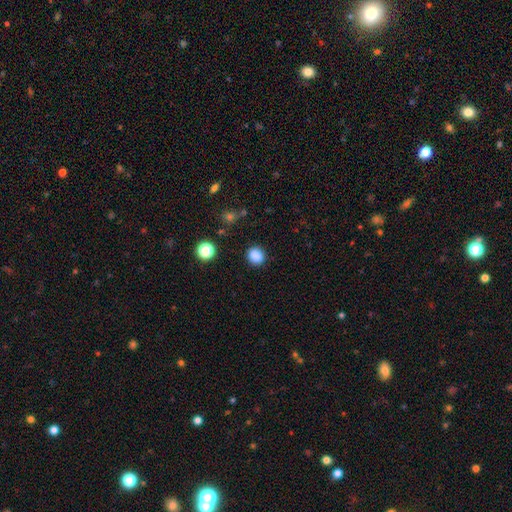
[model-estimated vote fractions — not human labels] Morphology: type=smooth (85%); roundness=round (79%); merging=none (85%).